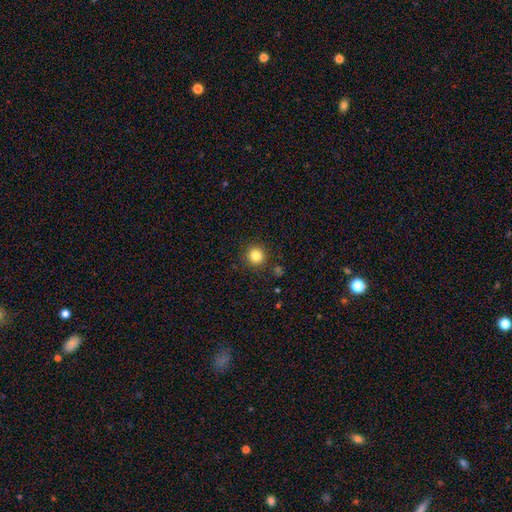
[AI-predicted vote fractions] A smooth galaxy with no disk features (83%) that is round (92%).

Vote fractions:
- Smooth or featured? smooth: 83% / star or artifact: 12% / featured or disk: 5%
- How rounded? round: 92% / in between: 7% / cigar-shaped: 1%
- Merging? none: 89% / minor disturbance: 6% / major disturbance: 2% / merger: 2%